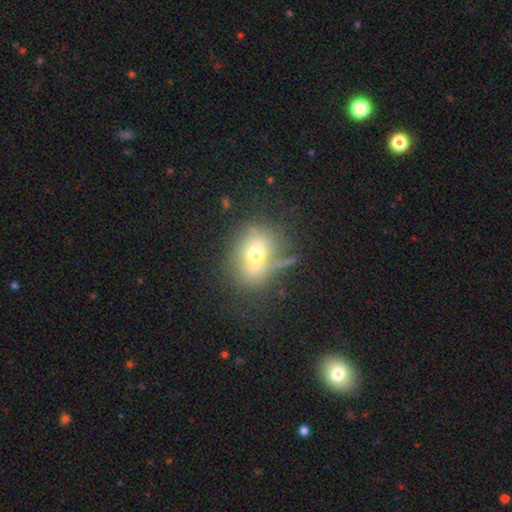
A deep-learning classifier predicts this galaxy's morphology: smooth_or_featured: smooth (p=0.60) [alt: featured or disk p=0.27]
how_rounded: in between (p=0.52) [alt: round p=0.45]
merging: none (p=0.57) [alt: minor disturbance p=0.21]